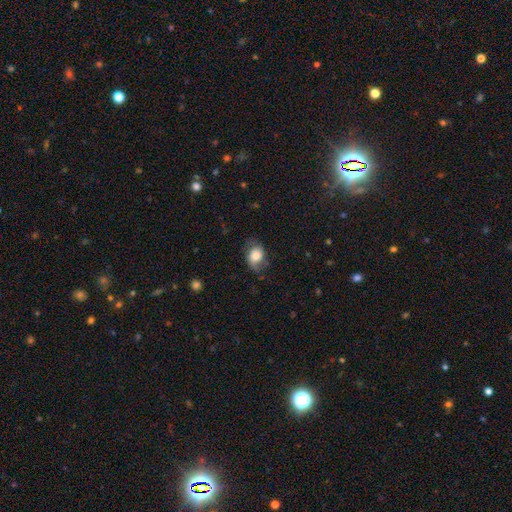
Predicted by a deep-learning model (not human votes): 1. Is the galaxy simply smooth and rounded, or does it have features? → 69% smooth, 23% featured or disk, 9% star or artifact.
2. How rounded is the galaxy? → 62% in between, 37% round, 1% cigar-shaped.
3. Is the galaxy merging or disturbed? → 60% none, 27% minor disturbance, 12% major disturbance, 1% merger.